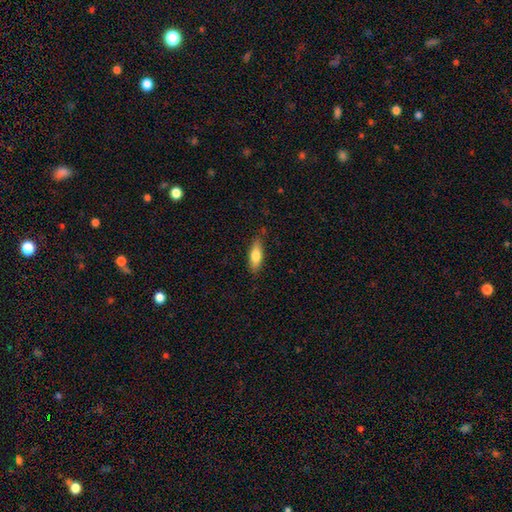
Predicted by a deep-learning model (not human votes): Smooth or featured: smooth — 74% (featured or disk — 20%)
How rounded: in between — 58% (cigar-shaped — 40%)
Merging: none — 80% (minor disturbance — 15%)